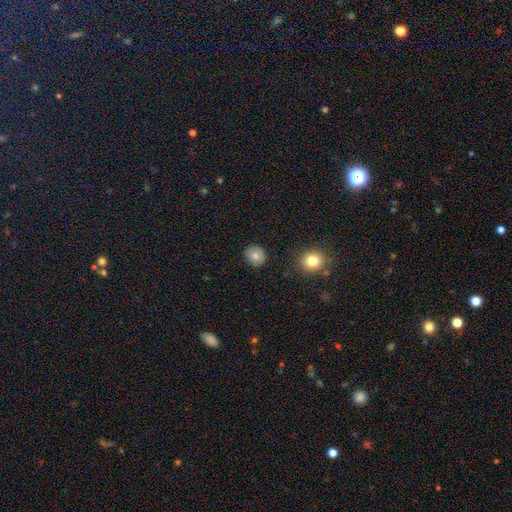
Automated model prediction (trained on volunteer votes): Overall: smooth (82%). How rounded: round (83%). Merging: none (86%).